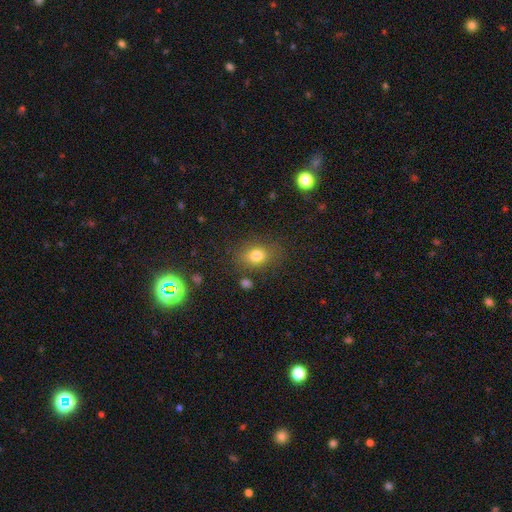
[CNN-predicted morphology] Smooth or featured?
  - smooth: 78% *
  - star or artifact: 13%
  - featured or disk: 9%
How rounded?
  - in between: 58% *
  - round: 41%
  - cigar-shaped: 2%
Merging?
  - none: 76% *
  - minor disturbance: 15%
  - major disturbance: 6%
  - merger: 4%